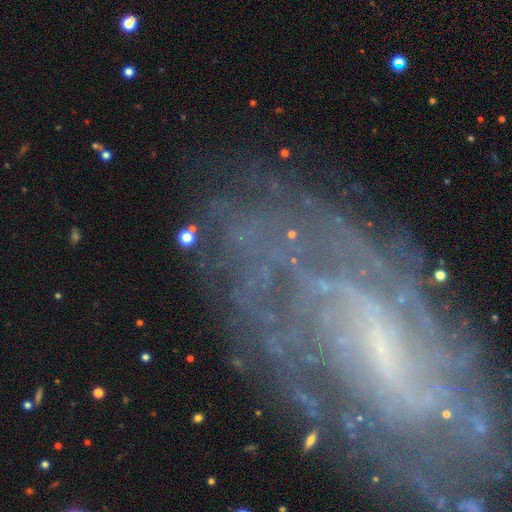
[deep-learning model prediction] This appears to be a featured or disk galaxy (79%) with a weak bar (42%), tight (45%) spiral arms (85%) and a small central bulge (51%). Merging: none (64%).